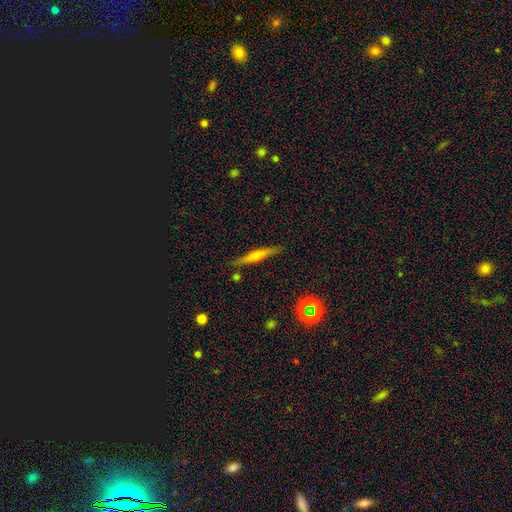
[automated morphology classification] Smooth or featured? featured or disk (56%)
Edge-on disk? yes (95%)
Edge-on bulge? rounded (74%)
Merging? none (86%)